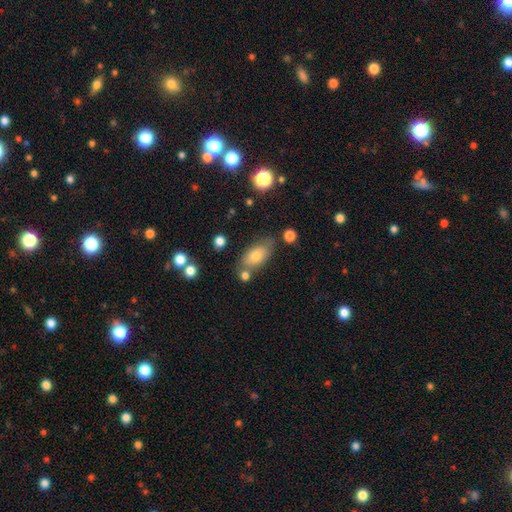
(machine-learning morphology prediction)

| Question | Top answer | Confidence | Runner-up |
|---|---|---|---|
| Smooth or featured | smooth | 76% | featured or disk (15%) |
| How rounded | in between | 88% | cigar-shaped (6%) |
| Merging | none | 69% | minor disturbance (16%) |